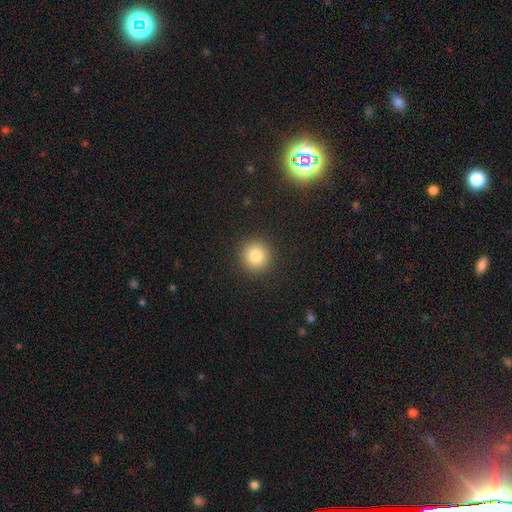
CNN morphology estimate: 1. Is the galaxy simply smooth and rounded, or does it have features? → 83% smooth, 11% star or artifact, 7% featured or disk.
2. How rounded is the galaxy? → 94% round, 5% in between, 1% cigar-shaped.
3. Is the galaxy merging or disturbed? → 91% none, 5% minor disturbance, 2% major disturbance, 1% merger.